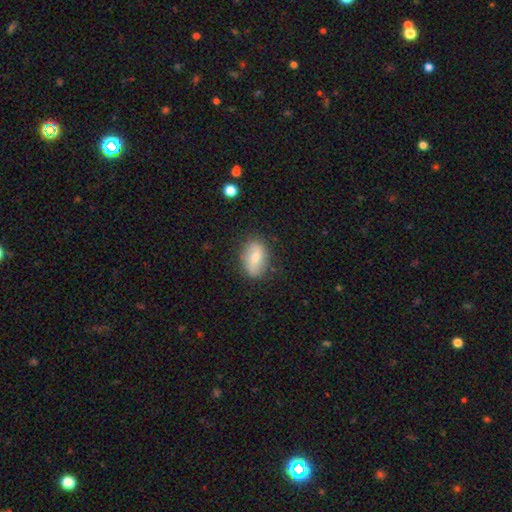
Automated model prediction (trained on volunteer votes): Overall: smooth (64%; featured or disk 28%). How rounded: in between (87%). Merging: none (80%).